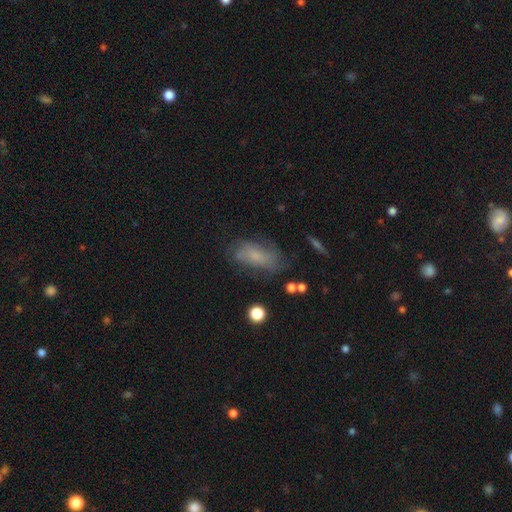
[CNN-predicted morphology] The model was most divided on "smooth or featured": smooth: 56%, featured or disk: 31%, star or artifact: 13%. More confident: how rounded — in between (82%); merging — none (57%).